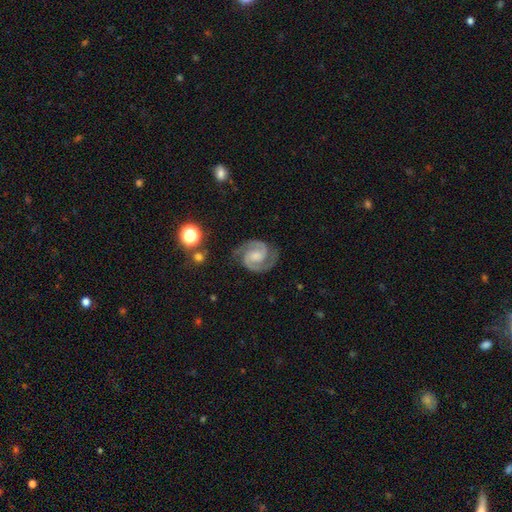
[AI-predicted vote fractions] A featured or disk galaxy (92%) with no bar (48%), 2 (94%) medium (47%, tied with tight) spiral arms (99%) and a moderate central bulge (39%).

Vote fractions:
- Smooth or featured? featured or disk: 92% / star or artifact: 4% / smooth: 4%
- Edge-on disk? no: 98% / yes: 2%
- Bar? no: 48% / weak: 39% / strong: 13%
- Spiral arms? yes: 99% / no: 1%
- Spiral winding? medium: 47% (tied) / tight: 47% (tied) / loose: 6%
- Spiral arm count? 2: 94% / can't tell: 2% / 3: 1% / 1: 1% / 4: 1% / more than 4: 1%
- Bulge size? moderate: 39% / small: 33% / none: 20% / large: 7% / dominant: 2%
- Merging? none: 81% / minor disturbance: 13% / major disturbance: 4% / merger: 2%